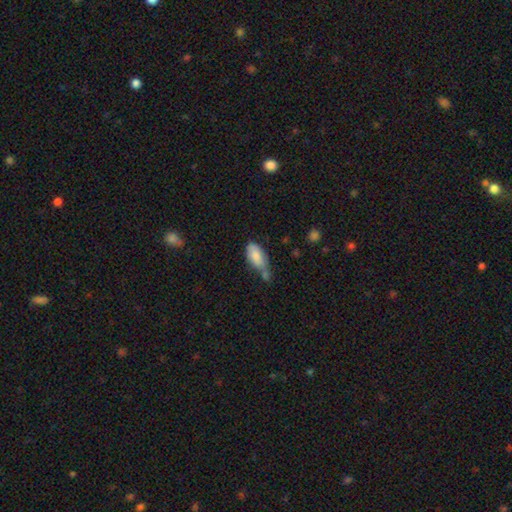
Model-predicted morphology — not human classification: A smooth galaxy with no disk features (81%) that is in between round and cigar-shaped (90%).

Vote fractions:
- Smooth or featured? smooth: 81% / featured or disk: 13% / star or artifact: 7%
- How rounded? in between: 90% / cigar-shaped: 7% / round: 3%
- Merging? none: 33% / minor disturbance: 29% / merger: 28% / major disturbance: 10%